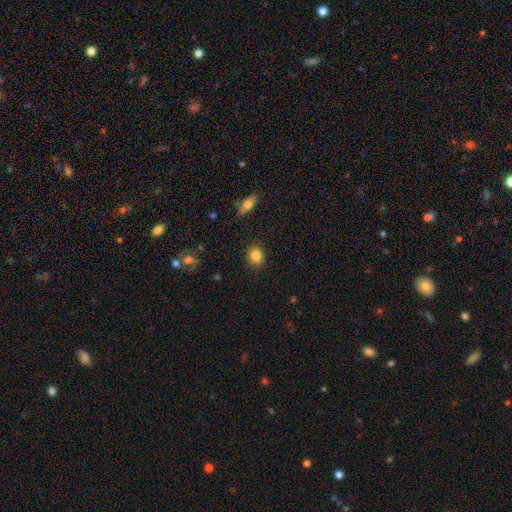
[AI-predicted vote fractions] Morphology: type=smooth (84%); roundness=round (59%); merging=none (88%).